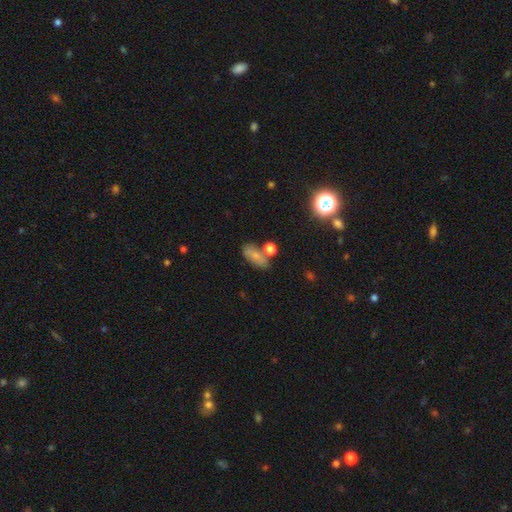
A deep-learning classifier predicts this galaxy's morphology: Overall: smooth (73%). How rounded: in between (80%). Merging: none (56%; merger 19%).